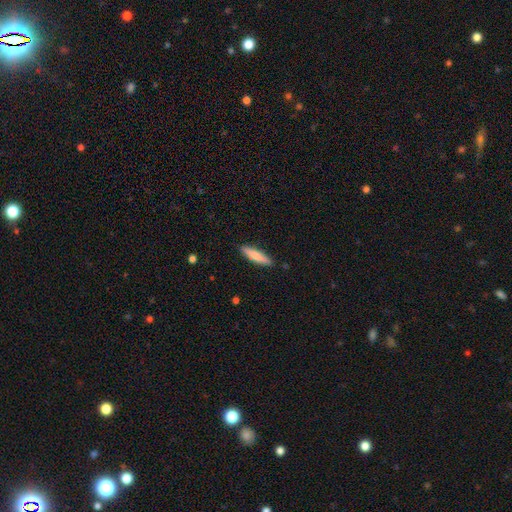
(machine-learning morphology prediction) Smooth or featured? smooth (74%)
How rounded? cigar-shaped (82%)
Merging? none (88%)